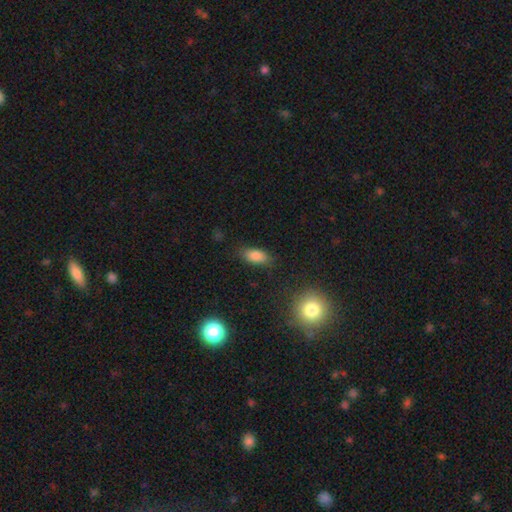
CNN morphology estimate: A smooth galaxy with no disk features (83%) that is in between round and cigar-shaped (88%).

Vote fractions:
- Smooth or featured? smooth: 83% / star or artifact: 10% / featured or disk: 7%
- How rounded? in between: 88% / cigar-shaped: 8% / round: 4%
- Merging? none: 81% / minor disturbance: 14% / major disturbance: 3% / merger: 2%